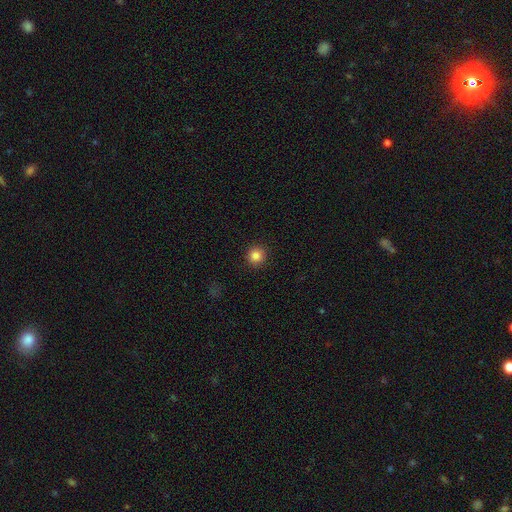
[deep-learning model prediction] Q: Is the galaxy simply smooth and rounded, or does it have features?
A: smooth — 85%.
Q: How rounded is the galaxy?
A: round — 95%.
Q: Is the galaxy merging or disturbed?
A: none — 92%.